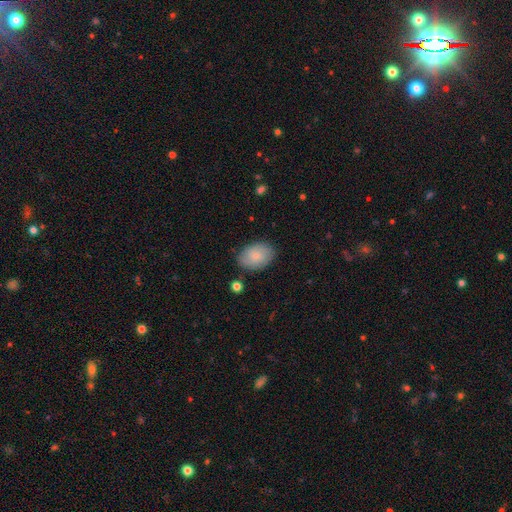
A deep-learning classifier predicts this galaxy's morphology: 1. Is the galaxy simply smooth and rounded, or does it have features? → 77% smooth, 17% featured or disk, 6% star or artifact.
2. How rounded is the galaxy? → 85% in between, 14% round, 1% cigar-shaped.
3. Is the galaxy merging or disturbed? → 81% none, 14% minor disturbance, 3% major disturbance, 2% merger.